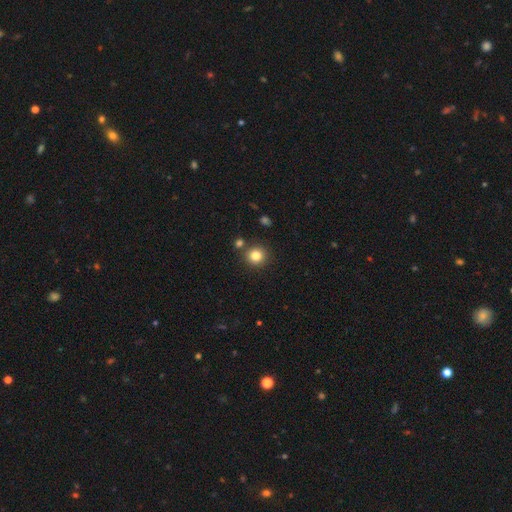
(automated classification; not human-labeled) Smooth or featured? smooth (83%)
How rounded? round (91%)
Merging? none (82%)